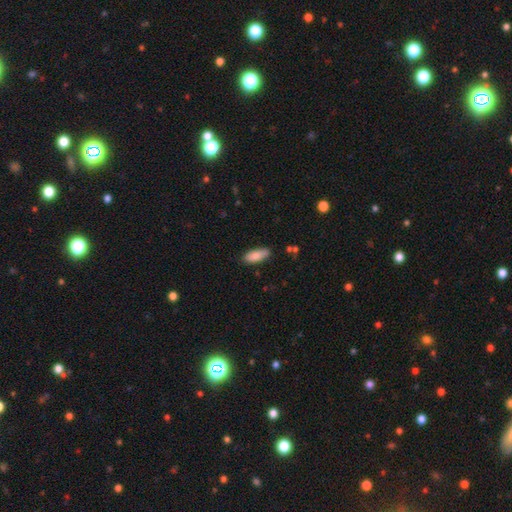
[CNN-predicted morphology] This is clearly a smooth galaxy (87%). How rounded: likely in between (72%). Merging: likely none (78%).